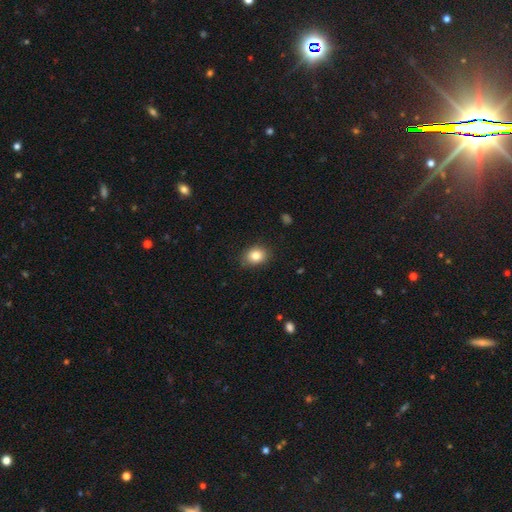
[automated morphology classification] Smooth or featured? smooth (83%)
How rounded? in between (54%)
Merging? none (85%)